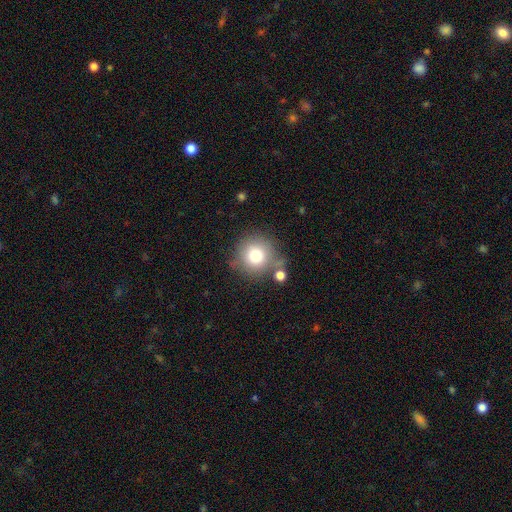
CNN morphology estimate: smooth_or_featured: smooth (p=0.79) [alt: featured or disk p=0.11]
how_rounded: round (p=0.93) [alt: in between p=0.06]
merging: none (p=0.68) [alt: minor disturbance p=0.15]